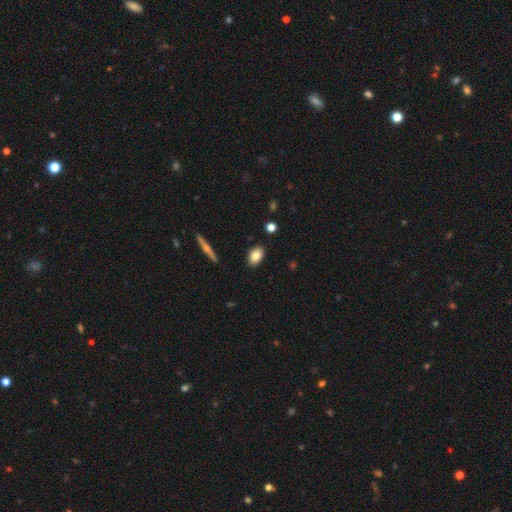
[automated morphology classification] Overall: smooth (82%). How rounded: in between (89%). Merging: none (87%).